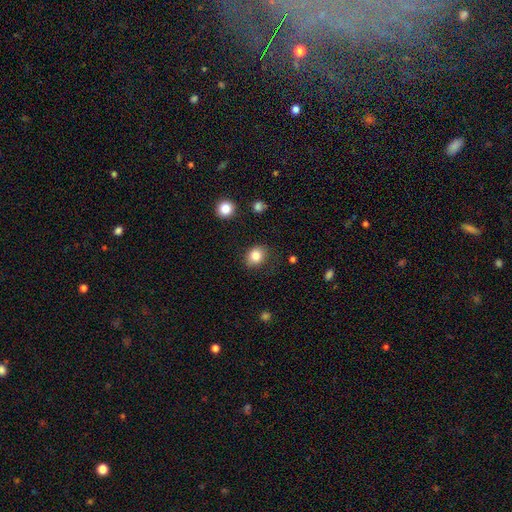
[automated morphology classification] Q: Smooth or featured?
A: smooth (83%); runner-up: star or artifact (10%)
Q: How rounded?
A: round (57%); runner-up: in between (42%)
Q: Merging?
A: none (79%); runner-up: minor disturbance (15%)